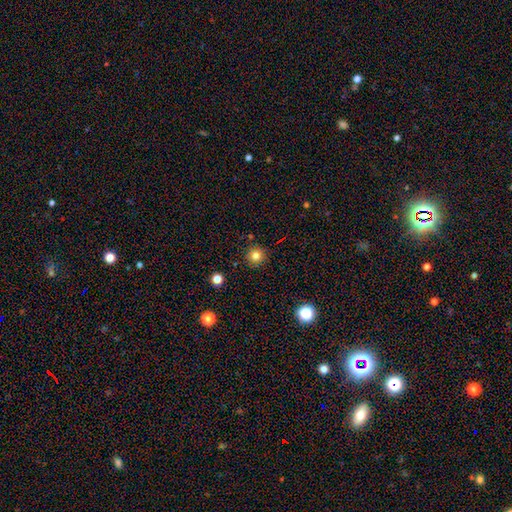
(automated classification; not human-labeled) A smooth galaxy with no disk features (81%) that is round (94%). Merging: none (88%).